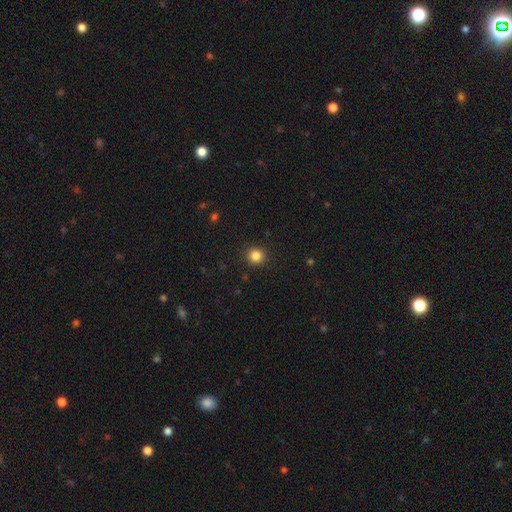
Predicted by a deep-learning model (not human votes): A smooth galaxy with no disk features (84%) that is round (92%).

Vote fractions:
- Smooth or featured? smooth: 84% / star or artifact: 12% / featured or disk: 4%
- How rounded? round: 92% / in between: 7% / cigar-shaped: 1%
- Merging? none: 91% / minor disturbance: 6% / major disturbance: 2% / merger: 1%